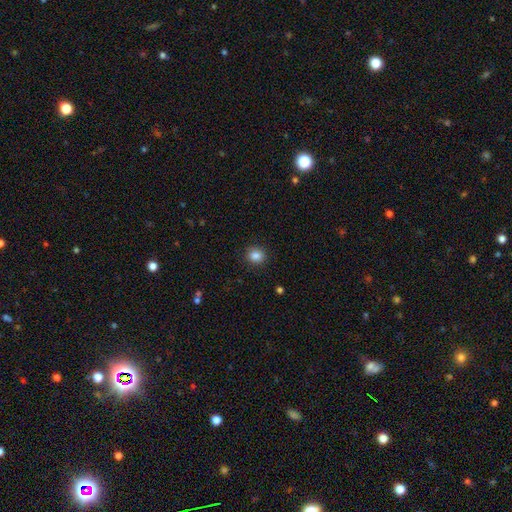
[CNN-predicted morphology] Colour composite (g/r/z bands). It shows a smooth galaxy with no disk features (85%) that is round (78%). Merging: none (90%).